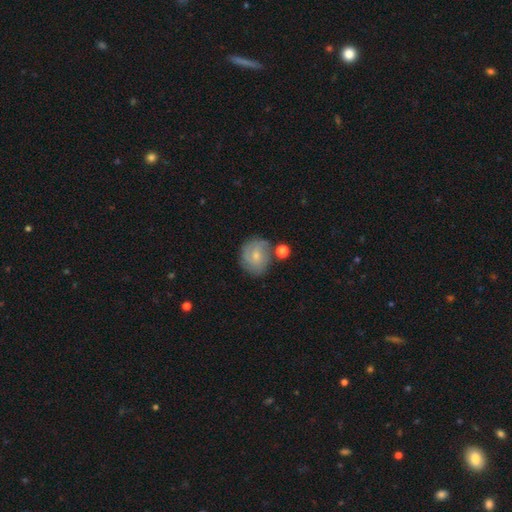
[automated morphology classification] Q: Smooth or featured?
A: featured or disk (50%); runner-up: smooth (43%)
Q: Merging?
A: none (66%); runner-up: minor disturbance (18%)